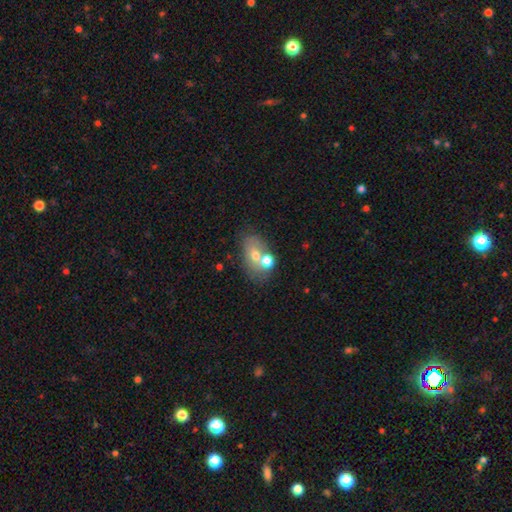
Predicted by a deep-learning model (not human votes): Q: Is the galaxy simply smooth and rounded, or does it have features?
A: smooth — 59%.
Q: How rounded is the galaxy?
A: in between — 74%.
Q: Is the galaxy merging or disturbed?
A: none — 46%.